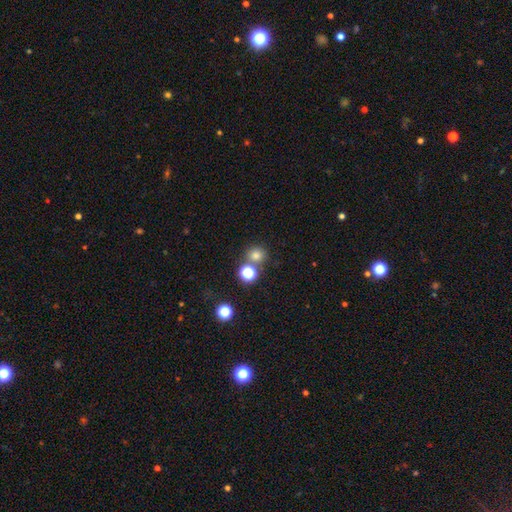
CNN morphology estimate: smooth-or-featured: smooth: 76% | star or artifact: 18% | featured or disk: 6%
  how-rounded: round: 85% | in between: 14% | cigar-shaped: 1%
  merging: none: 71% | merger: 18% | minor disturbance: 8% | major disturbance: 3%